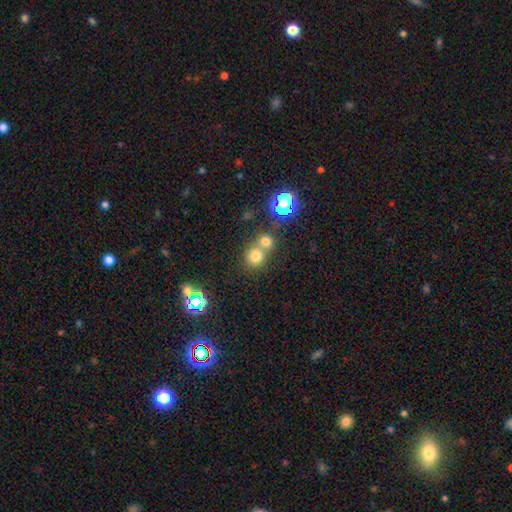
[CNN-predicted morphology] smooth 74%, star or artifact 18%, featured or disk 9%. Down the decision tree: how rounded — round (85%); merging — none (48%).